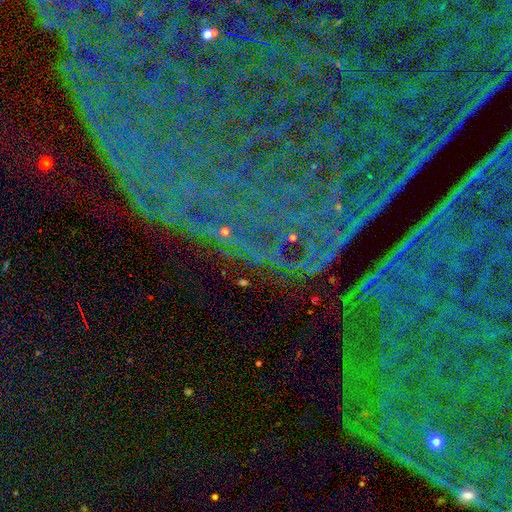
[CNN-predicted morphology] Smooth or featured? Predicted: star or artifact (p=0.84).